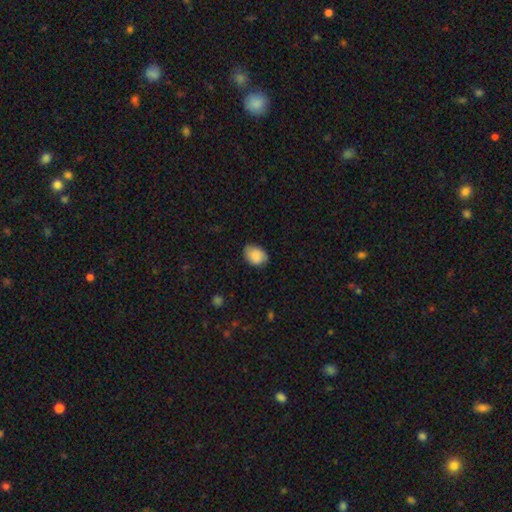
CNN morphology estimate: smooth 82%, featured or disk 11%, star or artifact 7%. Down the decision tree: how rounded — in between (73%); merging — none (74%).